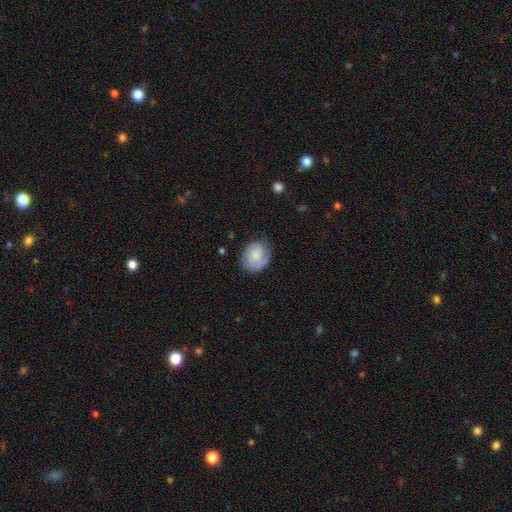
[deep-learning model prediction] Overall: smooth (58%; featured or disk 35%). How rounded: round (58%; in between 41%). Merging: none (68%).